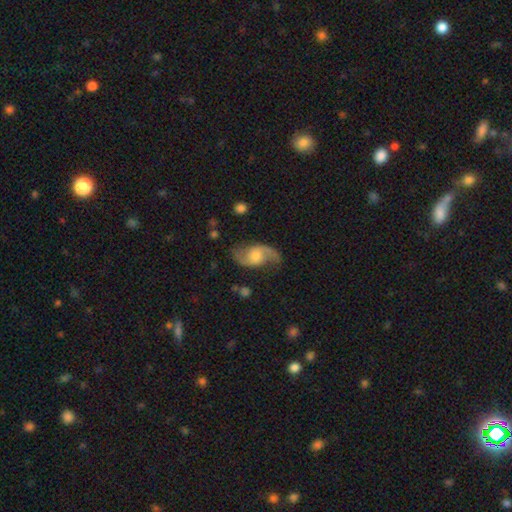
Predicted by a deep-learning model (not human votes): Q: Smooth or featured?
A: featured or disk (84%); runner-up: smooth (11%)
Q: Edge-on disk?
A: no (97%); runner-up: yes (3%)
Q: Bar?
A: no (57%); runner-up: weak (36%)
Q: Spiral arms?
A: yes (96%); runner-up: no (4%)
Q: Spiral winding?
A: loose (63%); runner-up: medium (30%)
Q: Spiral arm count?
A: 2 (92%); runner-up: 1 (3%)
Q: Bulge size?
A: moderate (54%); runner-up: small (31%)
Q: Merging?
A: none (76%); runner-up: minor disturbance (15%)